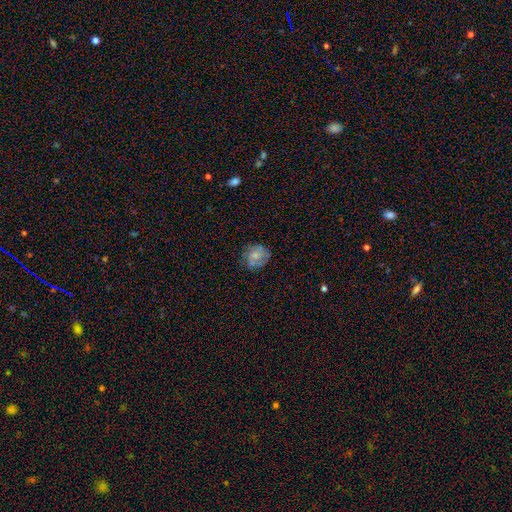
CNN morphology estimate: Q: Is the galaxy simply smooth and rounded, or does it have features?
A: smooth — 56%.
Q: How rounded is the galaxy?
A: round — 76%.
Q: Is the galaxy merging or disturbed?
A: none — 67%.